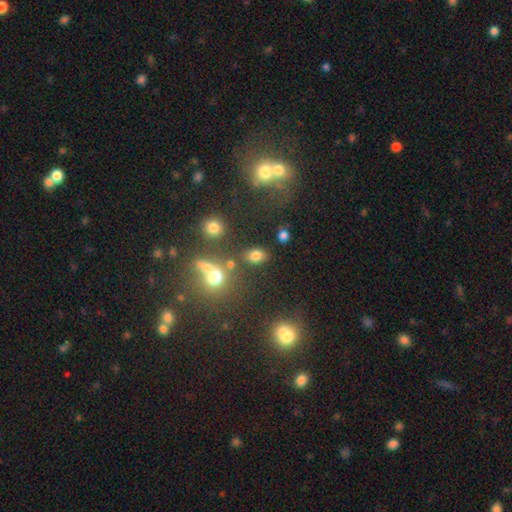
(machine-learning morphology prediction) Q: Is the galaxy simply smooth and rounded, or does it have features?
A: smooth — 75%.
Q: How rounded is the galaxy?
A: in between — 71%.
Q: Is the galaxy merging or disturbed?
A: none — 73%.